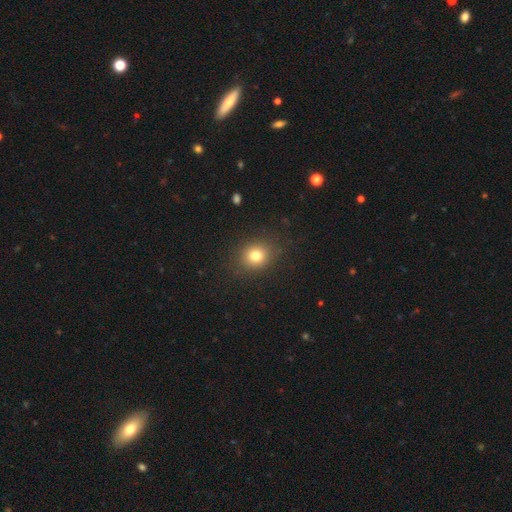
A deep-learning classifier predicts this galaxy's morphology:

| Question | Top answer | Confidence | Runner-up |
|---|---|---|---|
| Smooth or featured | smooth | 78% | star or artifact (14%) |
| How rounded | round | 71% | in between (28%) |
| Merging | none | 87% | minor disturbance (9%) |